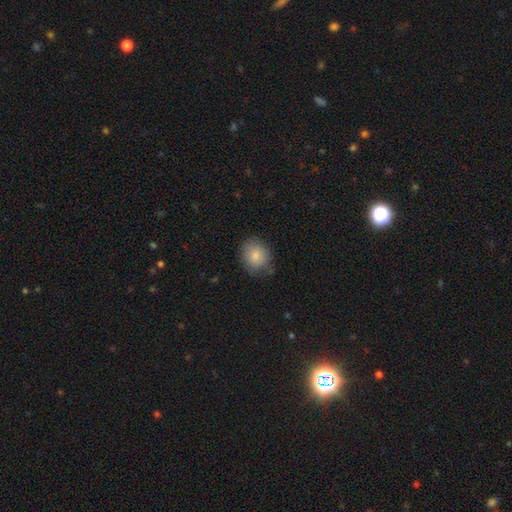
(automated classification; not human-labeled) This is clearly a smooth galaxy (84%). How rounded: likely round (68%). Merging: likely none (77%).